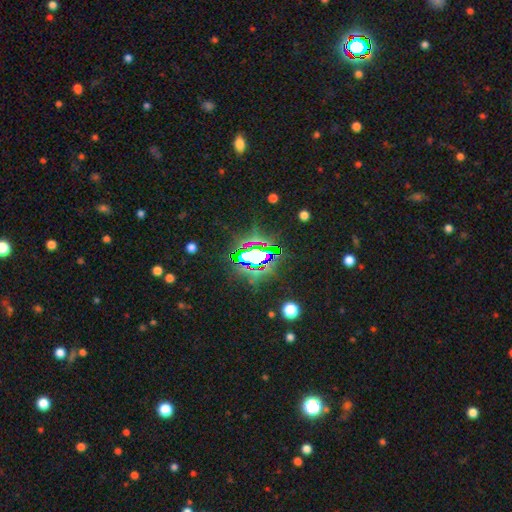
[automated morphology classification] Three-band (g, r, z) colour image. It shows a star or artifact, not a galaxy (72%).